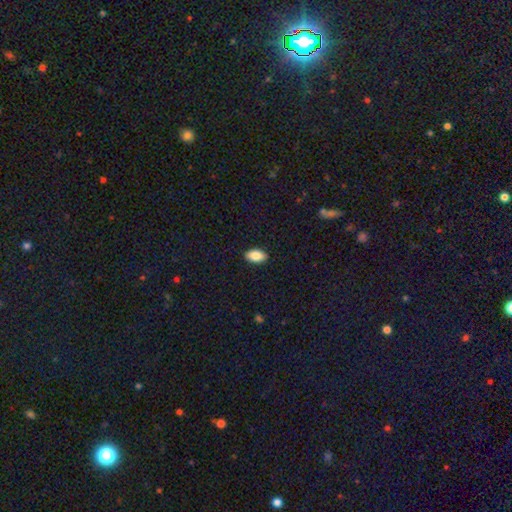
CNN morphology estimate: Smooth or featured? Predicted: smooth (p=0.85). How rounded? Predicted: in between (p=0.93). Merging? Predicted: none (p=0.91).